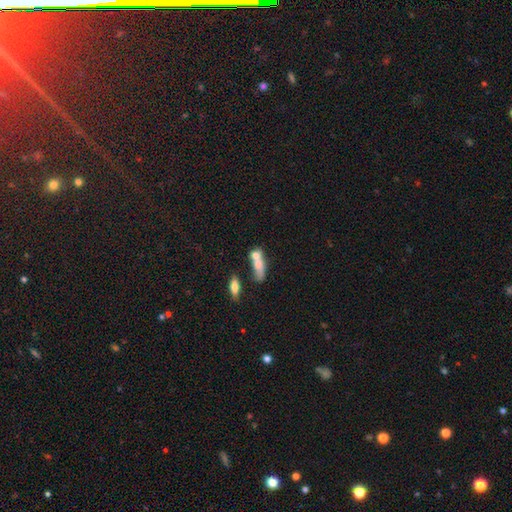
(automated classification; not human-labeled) Smooth or featured?
  - smooth: 67% *
  - featured or disk: 23%
  - star or artifact: 11%
How rounded?
  - in between: 54% *
  - cigar-shaped: 25%
  - round: 21%
Merging?
  - merger: 52% *
  - none: 26%
  - minor disturbance: 12%
  - major disturbance: 11%